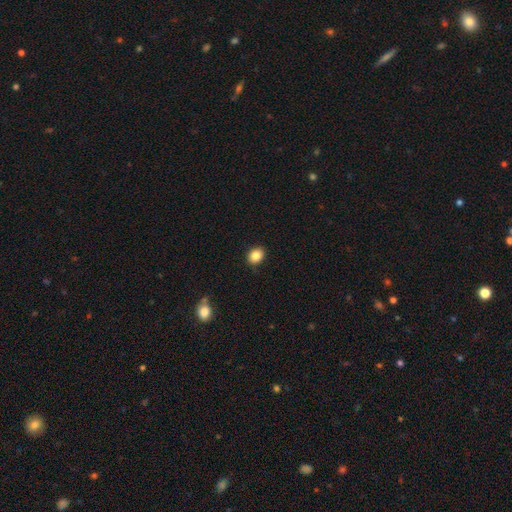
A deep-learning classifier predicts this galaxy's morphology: The model was most divided on "how rounded": in between: 50%, round: 49%, cigar-shaped: 1%. More confident: merging — none (87%); smooth or featured — smooth (85%).